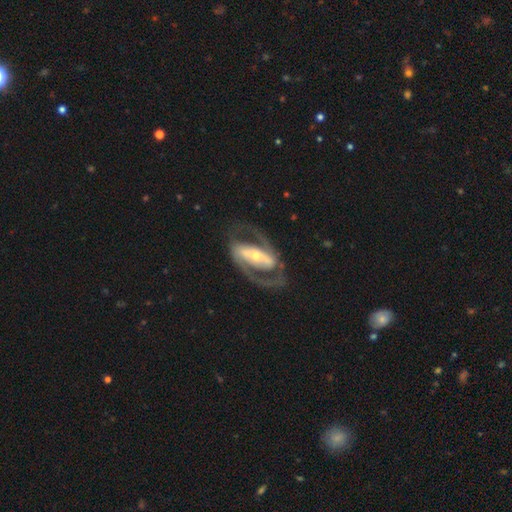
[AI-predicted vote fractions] Morphology: type=featured or disk (88%); edge-on=no (94%); bar=strong (66%); spiral arms=yes (87%); winding=medium (54%); arm count=2 (90%); bulge=moderate (49%); merging=none (73%).